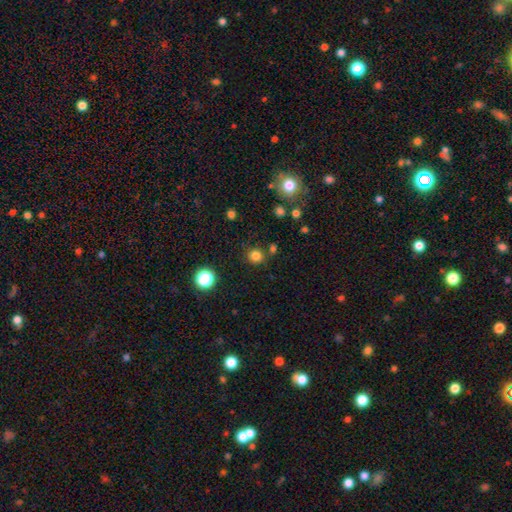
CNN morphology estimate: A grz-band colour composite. It shows a smooth galaxy with no disk features (80%) that is round (92%). Merging: none (83%).